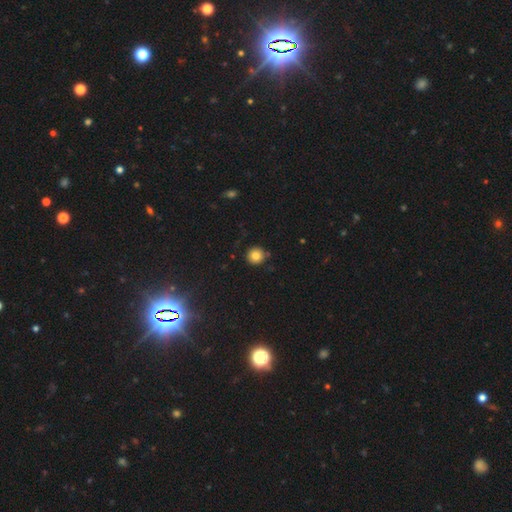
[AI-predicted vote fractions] Overall: smooth (81%). How rounded: round (94%). Merging: none (87%).